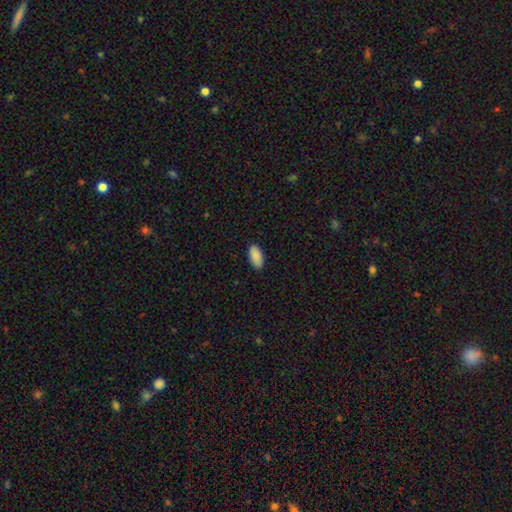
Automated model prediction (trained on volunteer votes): This appears to be a smooth galaxy with no disk features (90%) that is in between round and cigar-shaped (93%). Merging: none (90%).